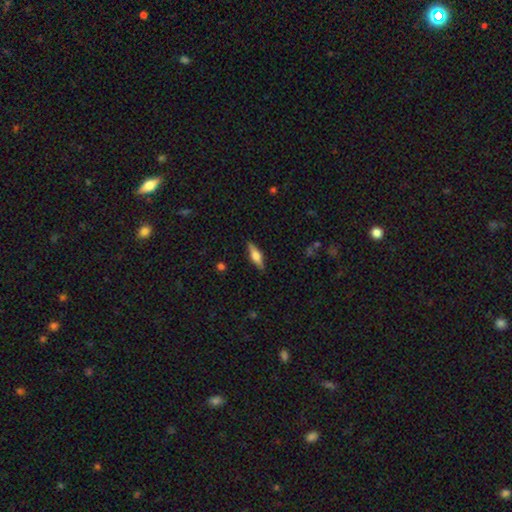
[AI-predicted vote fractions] This appears to be a featured or disk galaxy (53%) viewed edge-on (95%) with a rounded central bulge (84%). Merging: none (88%).